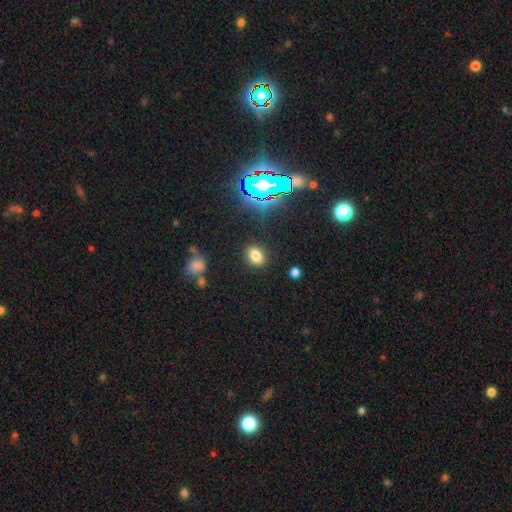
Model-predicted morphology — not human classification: Smooth or featured? smooth (76%)
How rounded? in between (68%)
Merging? none (86%)